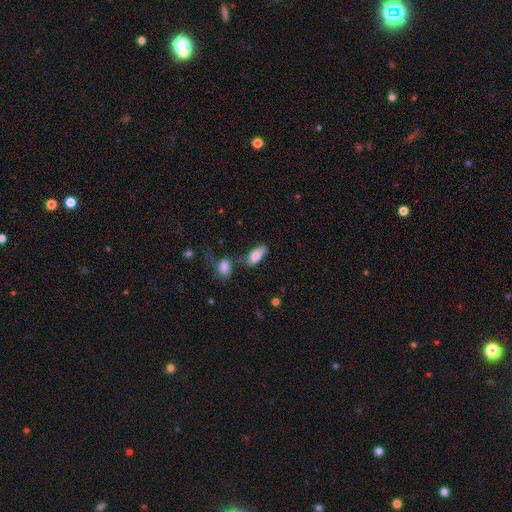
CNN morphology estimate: smooth-or-featured: smooth: 83% | featured or disk: 10% | star or artifact: 7%
  how-rounded: in between: 85% | cigar-shaped: 12% | round: 3%
  merging: none: 49% | minor disturbance: 23% | merger: 18% | major disturbance: 9%